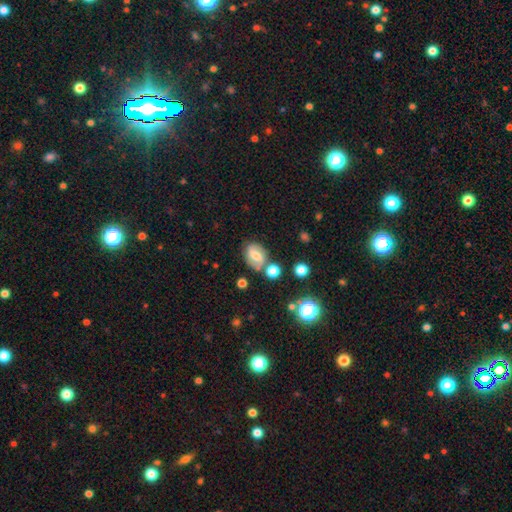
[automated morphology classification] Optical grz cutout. It shows a featured or disk galaxy (51%). Merging: none (68%).